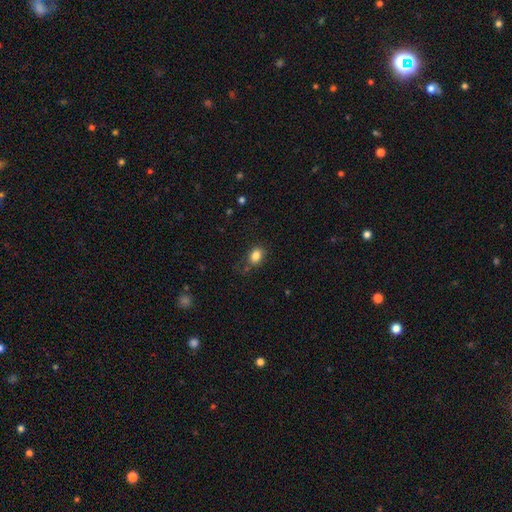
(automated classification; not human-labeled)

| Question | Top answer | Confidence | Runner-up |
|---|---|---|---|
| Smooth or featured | smooth | 84% | star or artifact (10%) |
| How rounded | in between | 62% | round (36%) |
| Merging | none | 74% | minor disturbance (18%) |